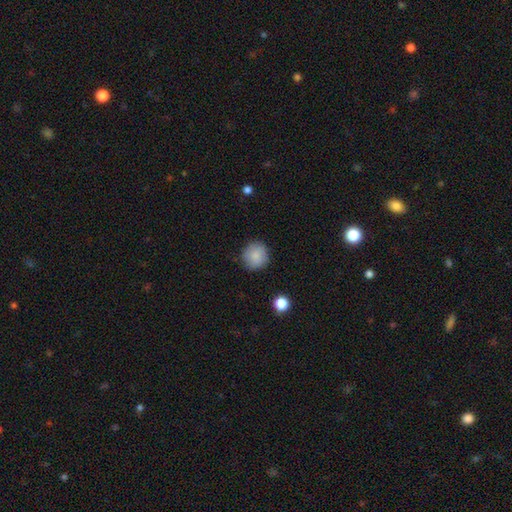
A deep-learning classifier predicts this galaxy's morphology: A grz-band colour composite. It shows a smooth galaxy with no disk features (85%) that is round (93%). Merging: none (87%).